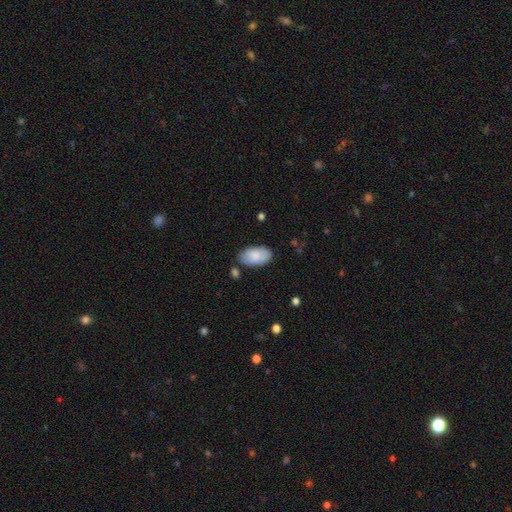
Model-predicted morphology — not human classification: type=smooth (87%); roundness=in between (96%); merging=none (79%).